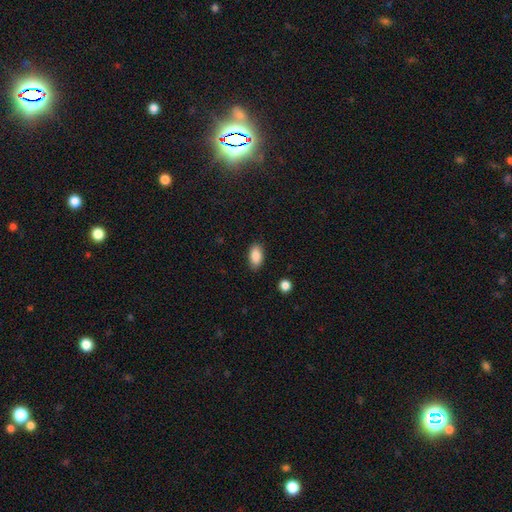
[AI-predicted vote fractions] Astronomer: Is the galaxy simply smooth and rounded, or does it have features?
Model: smooth — 88%.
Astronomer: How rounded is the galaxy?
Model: in between — 92%.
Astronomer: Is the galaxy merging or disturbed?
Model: none — 86%.